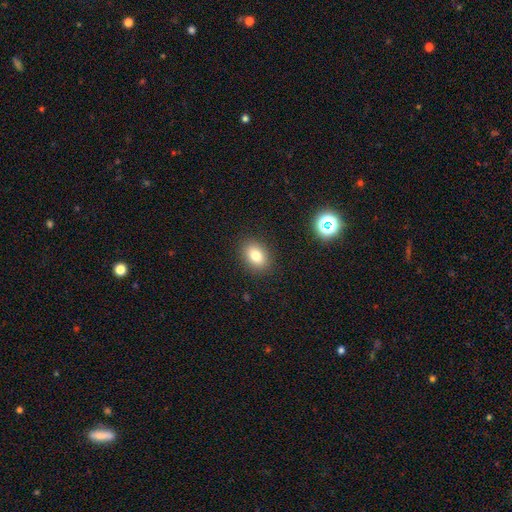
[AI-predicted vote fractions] Morphology: type=smooth (80%); roundness=in between (74%); merging=none (88%).